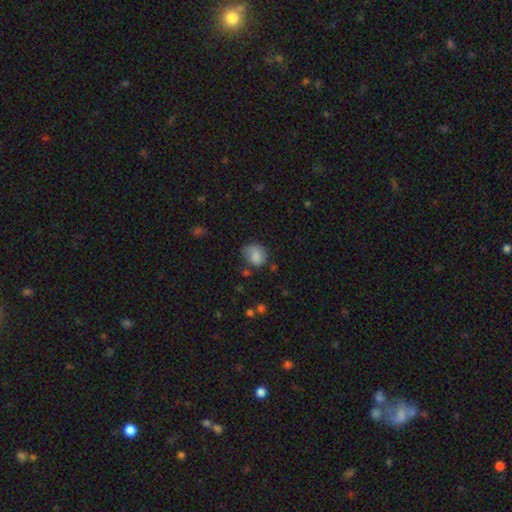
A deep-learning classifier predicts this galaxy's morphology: type=smooth (80%); roundness=round (56%); merging=none (55%).